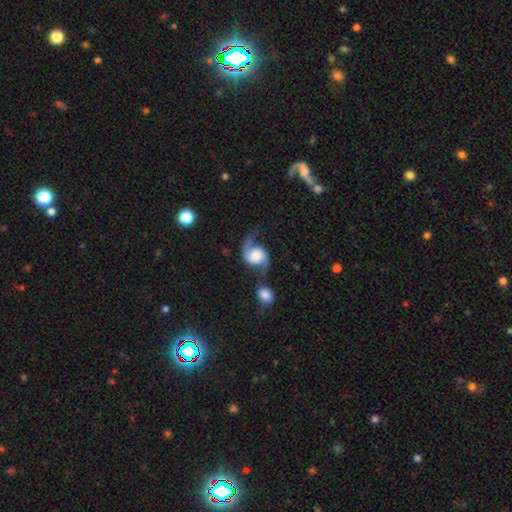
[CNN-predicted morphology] Smooth or featured? Predicted: featured or disk (p=0.82). Edge-on disk? Predicted: no (p=0.98). Bar? Predicted: no (p=0.71). Spiral arms? Predicted: yes (p=0.96). Spiral winding? Predicted: loose (p=0.58). Spiral arm count? Predicted: 2 (p=0.90). Bulge size? Predicted: large (p=0.40). Merging? Predicted: none (p=0.51).